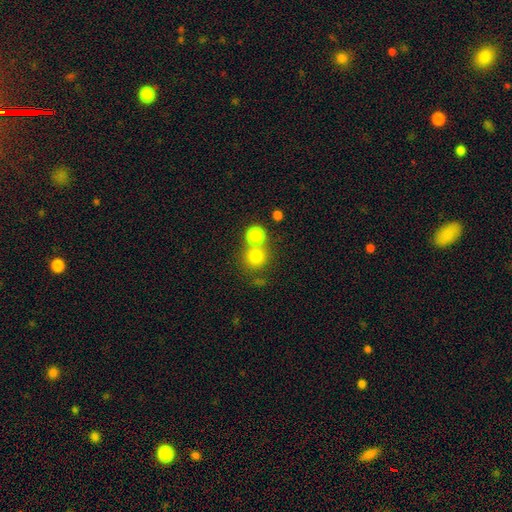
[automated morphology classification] Overall: smooth (78%). How rounded: round (90%). Merging: none (63%; merger 25%).